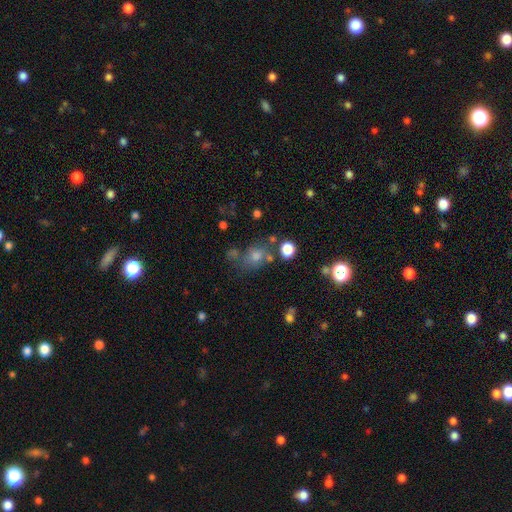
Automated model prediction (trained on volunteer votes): Morphology: type=smooth (64%); roundness=round (61%); merging=none (62%).